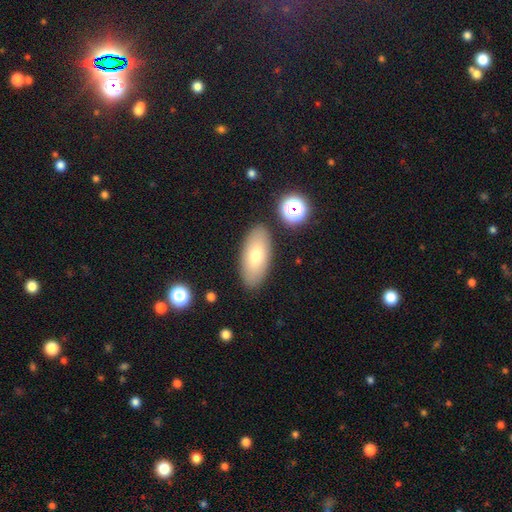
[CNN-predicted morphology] Smooth or featured? smooth (71%)
How rounded? in between (88%)
Merging? none (86%)